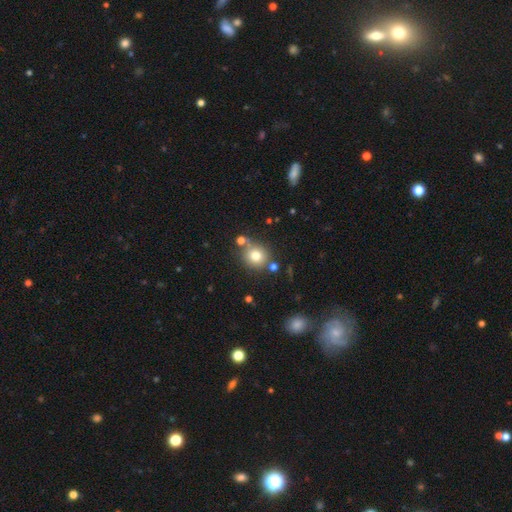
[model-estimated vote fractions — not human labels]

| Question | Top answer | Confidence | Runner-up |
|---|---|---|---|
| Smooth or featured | smooth | 76% | star or artifact (13%) |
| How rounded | round | 87% | in between (12%) |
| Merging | none | 73% | merger (12%) |